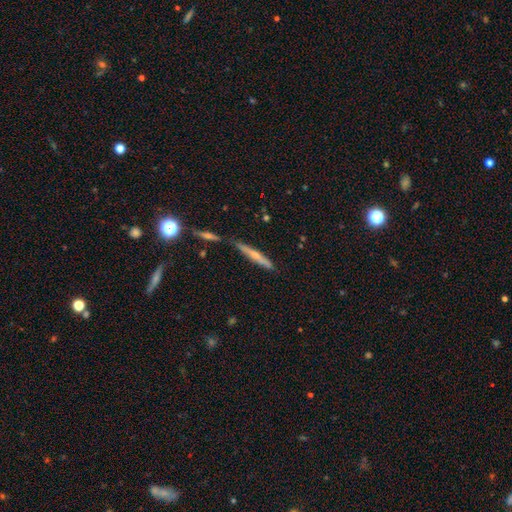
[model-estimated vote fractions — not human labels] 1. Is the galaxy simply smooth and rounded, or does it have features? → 56% featured or disk, 35% smooth, 9% star or artifact.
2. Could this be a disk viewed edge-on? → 94% yes, 6% no.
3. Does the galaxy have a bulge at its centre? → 71% rounded, 24% none, 5% boxy.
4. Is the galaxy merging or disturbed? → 76% none, 13% minor disturbance, 8% merger, 3% major disturbance.